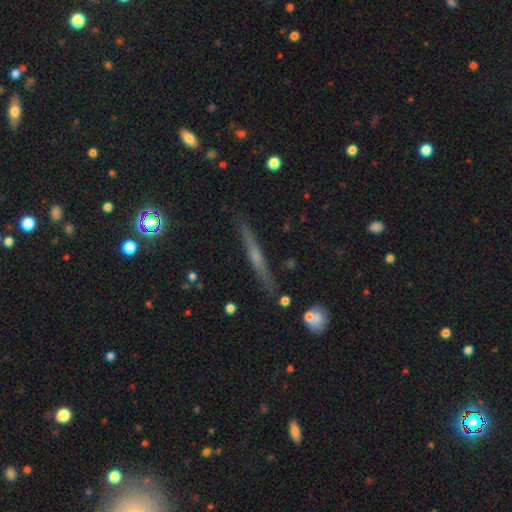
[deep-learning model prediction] Overall: featured or disk (65%). Edge-on disk: yes (96%). Edge-on bulge: rounded (59%; none 33%). Merging: none (87%).